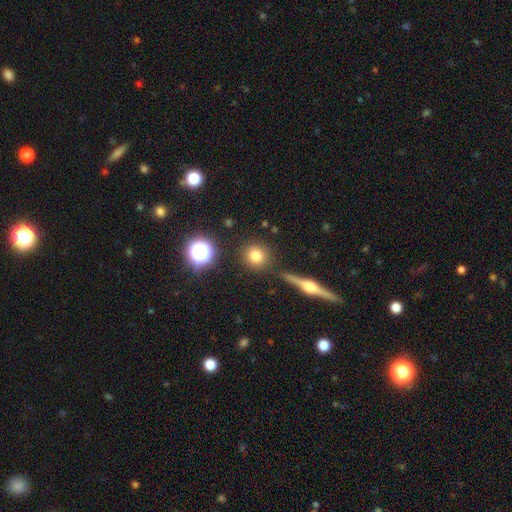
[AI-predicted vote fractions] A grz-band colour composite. It shows a smooth galaxy with no disk features (77%) that is round (92%). Merging: none (86%).